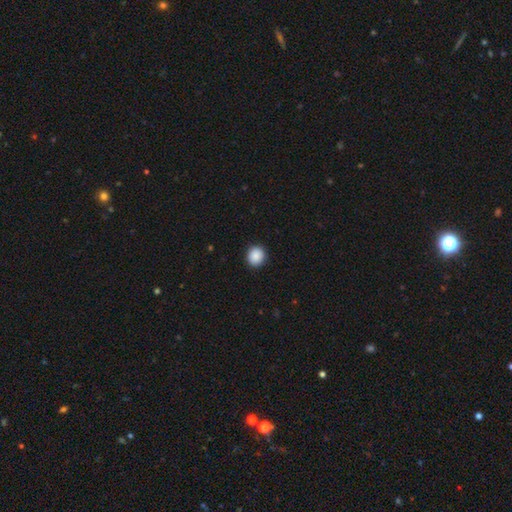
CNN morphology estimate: Smooth or featured: smooth — 89% (star or artifact — 8%)
How rounded: round — 88% (in between — 12%)
Merging: none — 92% (minor disturbance — 5%)